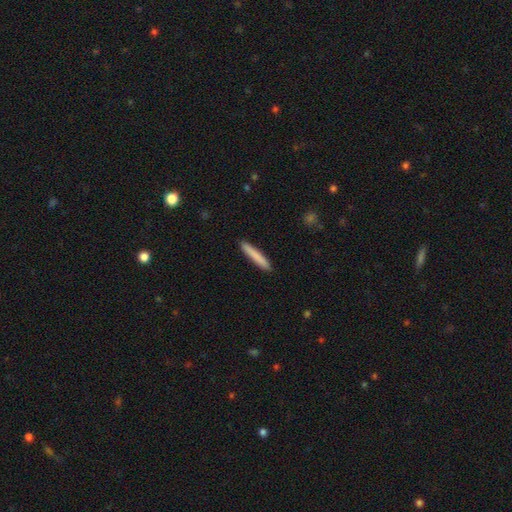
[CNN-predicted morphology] Smooth or featured? Predicted: smooth (p=0.83). How rounded? Predicted: cigar-shaped (p=0.95). Merging? Predicted: none (p=0.91).